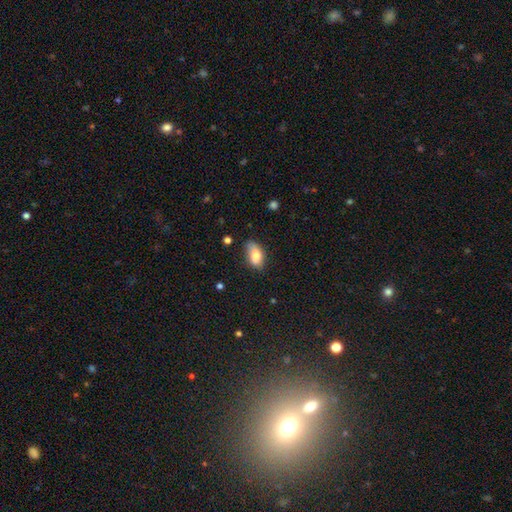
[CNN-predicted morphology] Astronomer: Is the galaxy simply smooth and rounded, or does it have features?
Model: smooth — 78%.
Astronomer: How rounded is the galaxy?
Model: in between — 90%.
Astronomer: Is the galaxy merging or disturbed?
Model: none — 55% (runner-up: minor disturbance, 34%).